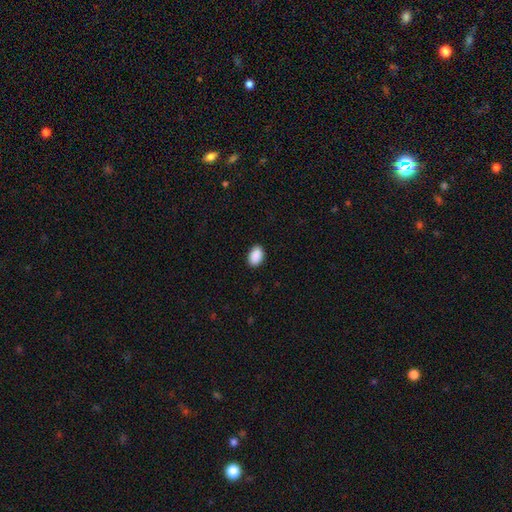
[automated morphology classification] Smooth or featured? smooth (91%)
How rounded? in between (86%)
Merging? none (89%)